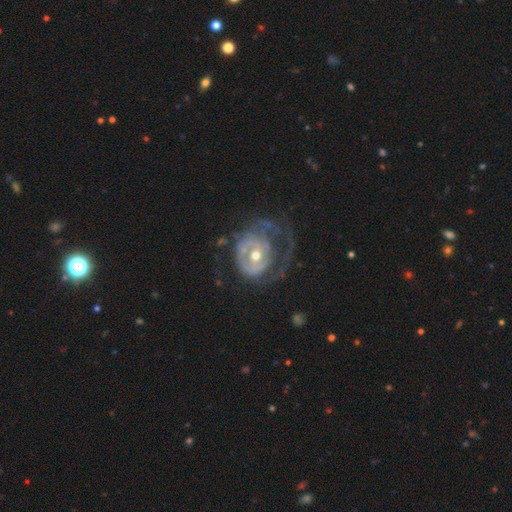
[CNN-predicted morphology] Smooth or featured: featured or disk — 78% (smooth — 16%)
Edge-on disk: no — 97% (yes — 3%)
Bar: no — 66% (weak — 26%)
Spiral arms: yes — 67% (no — 33%)
Spiral winding: tight — 49% (medium — 30%)
Spiral arm count: can't tell — 34% (1 — 28%)
Bulge size: moderate — 66% (small — 26%)
Merging: major disturbance — 45% (none — 34%)